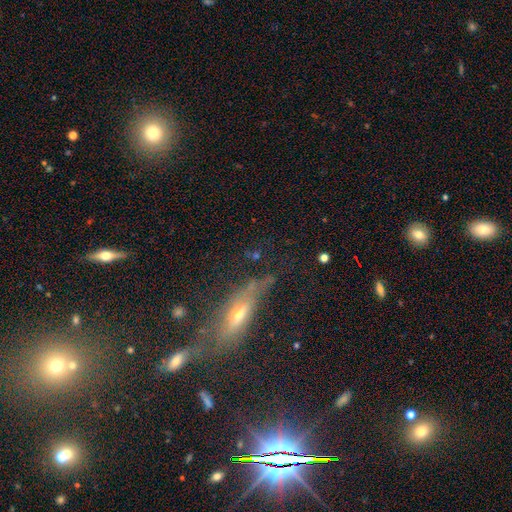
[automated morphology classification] Smooth or featured? featured or disk (44%)
Merging? none (58%)